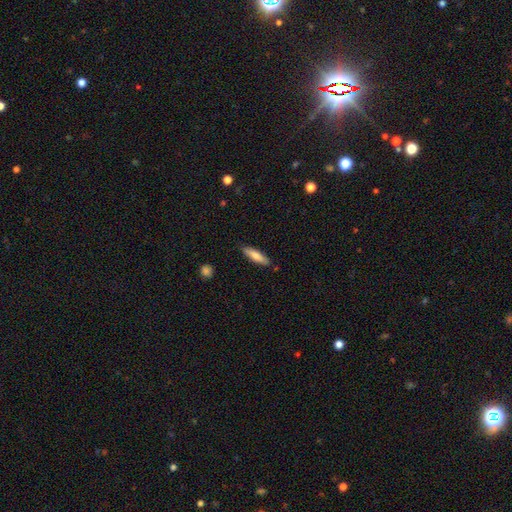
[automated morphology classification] Smooth or featured: smooth — 73% (featured or disk — 21%)
How rounded: cigar-shaped — 73% (in between — 26%)
Merging: none — 86% (minor disturbance — 10%)